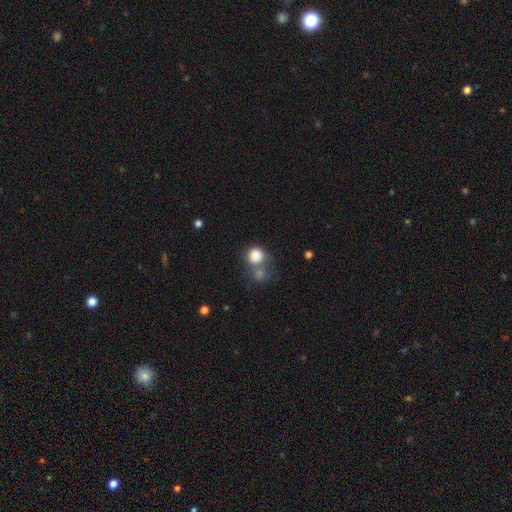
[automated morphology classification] Smooth or featured: smooth — 83% (star or artifact — 10%)
How rounded: round — 86% (in between — 14%)
Merging: none — 47% (merger — 34%)